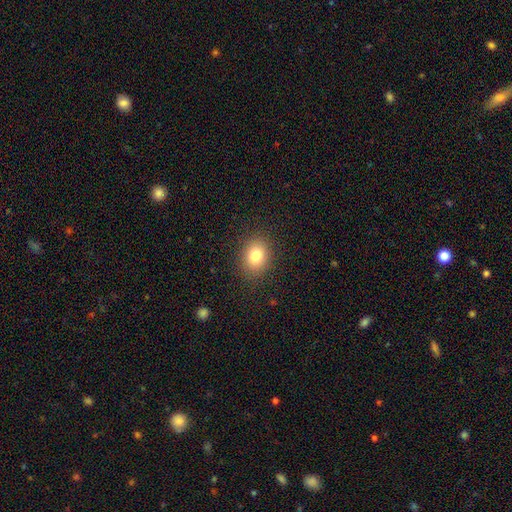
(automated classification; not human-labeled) This appears to be a smooth galaxy with no disk features (82%) that is in between round and cigar-shaped (52%). Merging: none (87%).